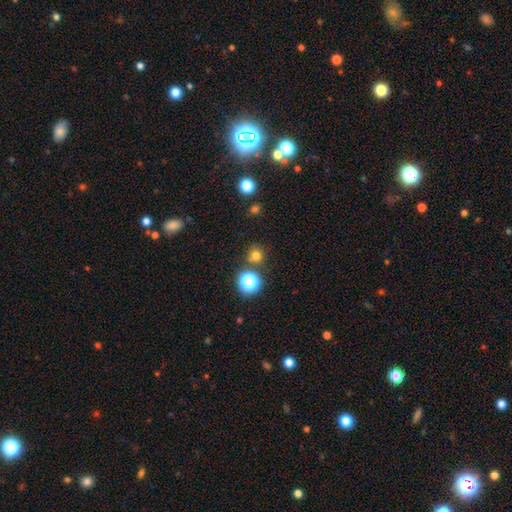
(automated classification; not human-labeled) Smooth or featured? smooth (72%)
How rounded? round (90%)
Merging? none (80%)